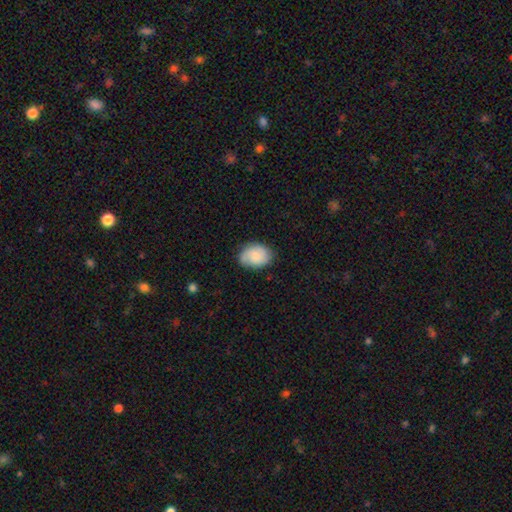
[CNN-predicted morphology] smooth 69%, featured or disk 24%, star or artifact 7%. Down the decision tree: how rounded — in between (68%); merging — none (74%).